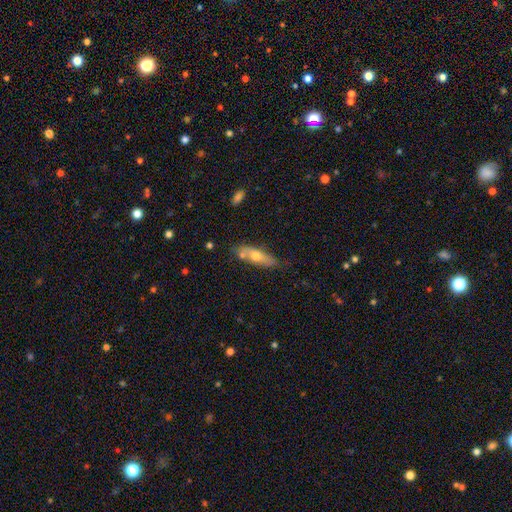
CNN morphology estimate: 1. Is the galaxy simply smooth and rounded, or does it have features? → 58% smooth, 36% featured or disk, 7% star or artifact.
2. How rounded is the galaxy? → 50% in between, 47% cigar-shaped, 3% round.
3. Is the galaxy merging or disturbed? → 64% none, 20% minor disturbance, 11% merger, 5% major disturbance.